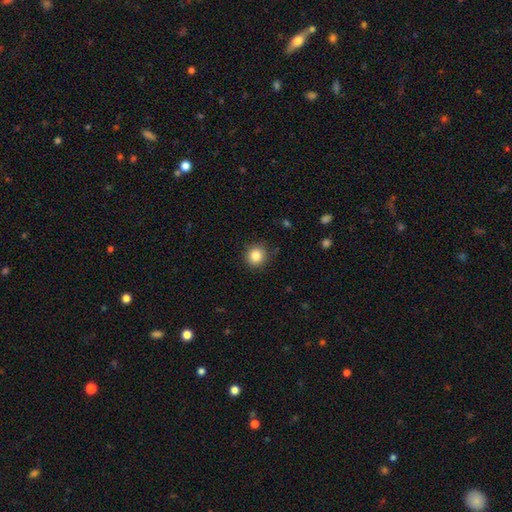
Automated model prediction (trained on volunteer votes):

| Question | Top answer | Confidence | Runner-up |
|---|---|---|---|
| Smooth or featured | smooth | 85% | star or artifact (10%) |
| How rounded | round | 91% | in between (8%) |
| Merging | none | 89% | minor disturbance (8%) |